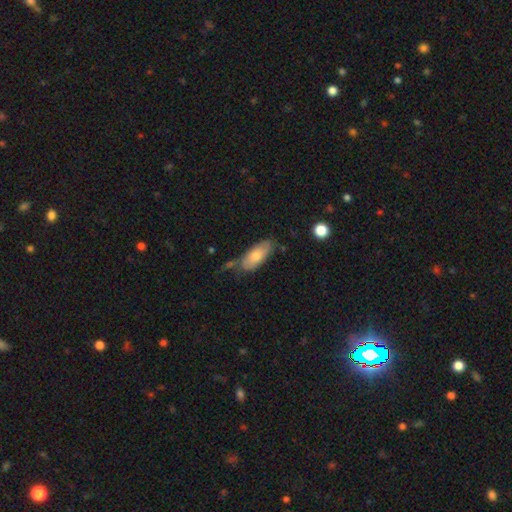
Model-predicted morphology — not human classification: Smooth or featured?
  - smooth: 70% *
  - featured or disk: 23%
  - star or artifact: 7%
How rounded?
  - in between: 80% *
  - cigar-shaped: 18%
  - round: 2%
Merging?
  - none: 63% *
  - minor disturbance: 24%
  - merger: 8%
  - major disturbance: 6%